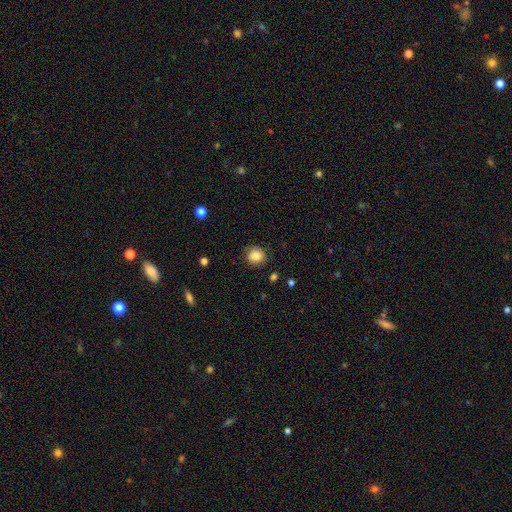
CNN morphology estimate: Smooth or featured? Predicted: smooth (p=0.85). How rounded? Predicted: round (p=0.81). Merging? Predicted: none (p=0.85).